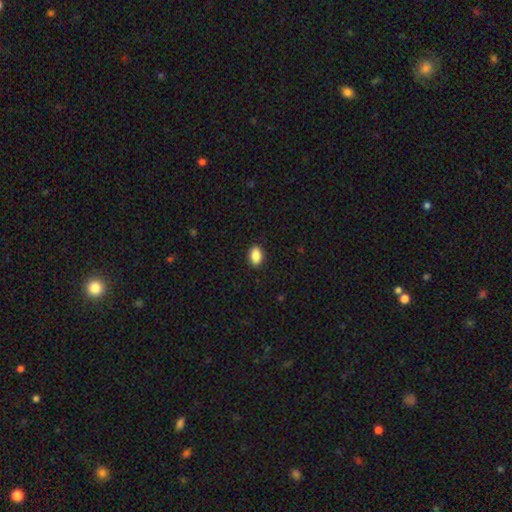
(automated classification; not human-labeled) Smooth or featured?
  - smooth: 88% *
  - star or artifact: 8%
  - featured or disk: 5%
How rounded?
  - in between: 88% *
  - round: 10%
  - cigar-shaped: 2%
Merging?
  - none: 89% *
  - minor disturbance: 8%
  - major disturbance: 2%
  - merger: 1%